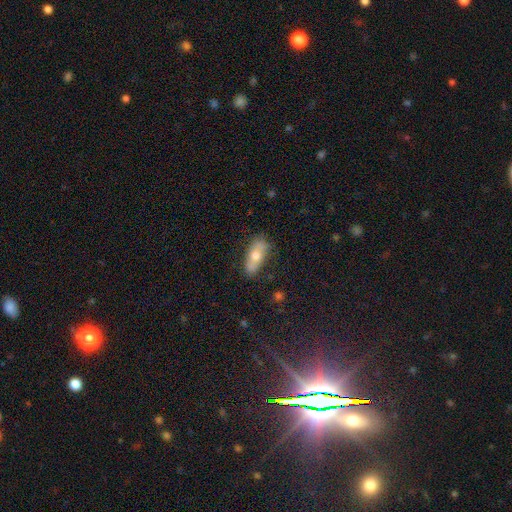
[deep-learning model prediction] This is likely a smooth galaxy (66%). How rounded: likely in between (76%). Merging: likely none (75%).